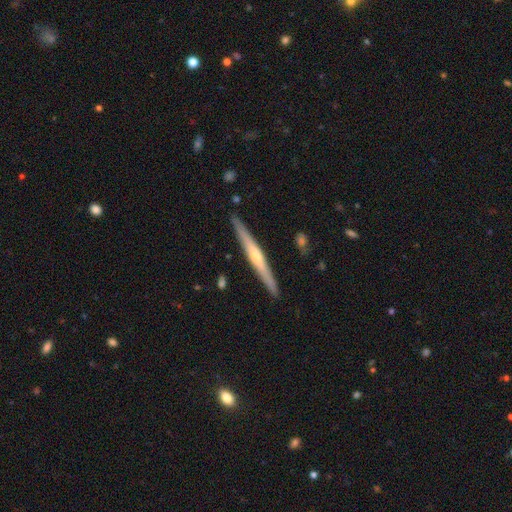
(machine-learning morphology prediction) Q: Smooth or featured?
A: featured or disk (68%); runner-up: smooth (27%)
Q: Edge-on disk?
A: yes (97%); runner-up: no (3%)
Q: Edge-on bulge?
A: rounded (72%); runner-up: none (24%)
Q: Merging?
A: none (90%); runner-up: minor disturbance (7%)